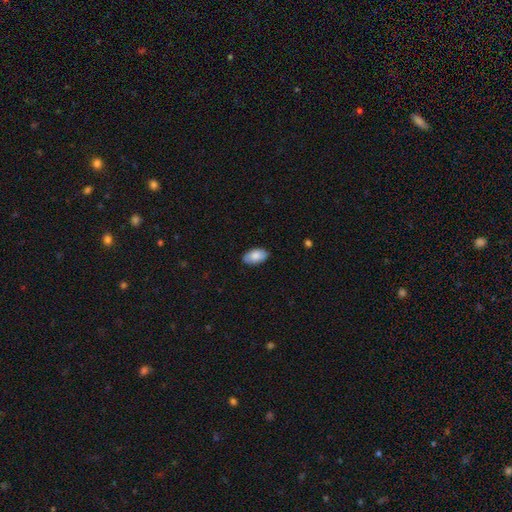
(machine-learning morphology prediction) A smooth galaxy with no disk features (86%) that is in between round and cigar-shaped (95%).

Vote fractions:
- Smooth or featured? smooth: 86% / featured or disk: 8% / star or artifact: 6%
- How rounded? in between: 95% / round: 3% / cigar-shaped: 2%
- Merging? none: 85% / minor disturbance: 12% / major disturbance: 2% / merger: 1%